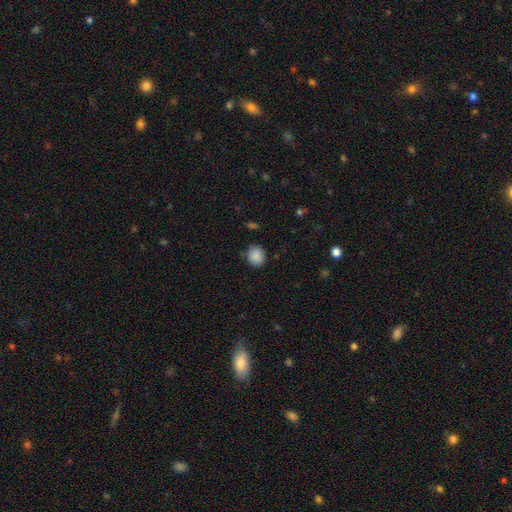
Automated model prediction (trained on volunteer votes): A smooth galaxy with no disk features (88%) that is round (77%). Merging: none (84%).